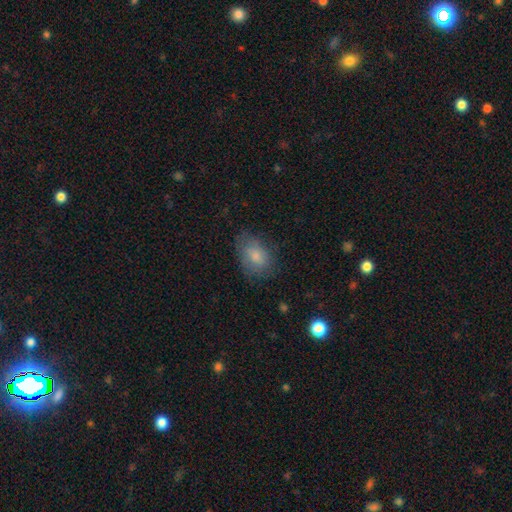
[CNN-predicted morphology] type=smooth (78%); roundness=in between (82%); merging=none (65%).